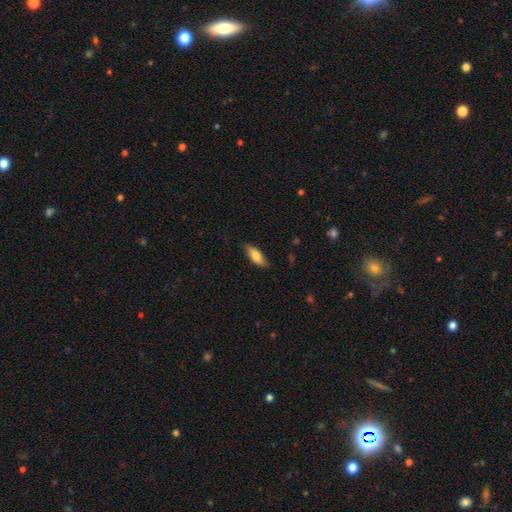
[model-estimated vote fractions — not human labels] smooth-or-featured: smooth: 77% | featured or disk: 17% | star or artifact: 6%
  how-rounded: in between: 73% | cigar-shaped: 25% | round: 2%
  merging: none: 80% | minor disturbance: 16% | major disturbance: 3% | merger: 1%